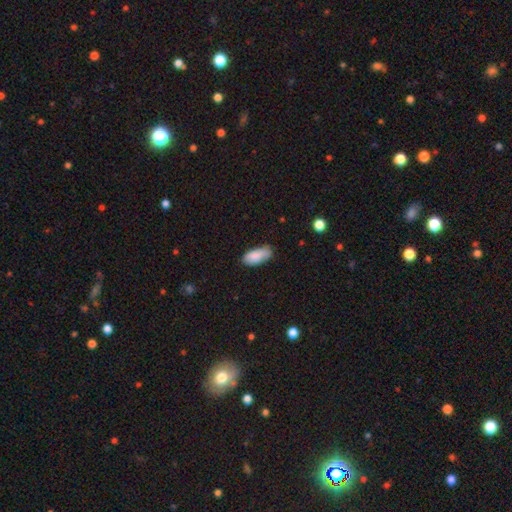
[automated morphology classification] A smooth galaxy with no disk features (87%) that is in between round and cigar-shaped (87%). Merging: none (67%).